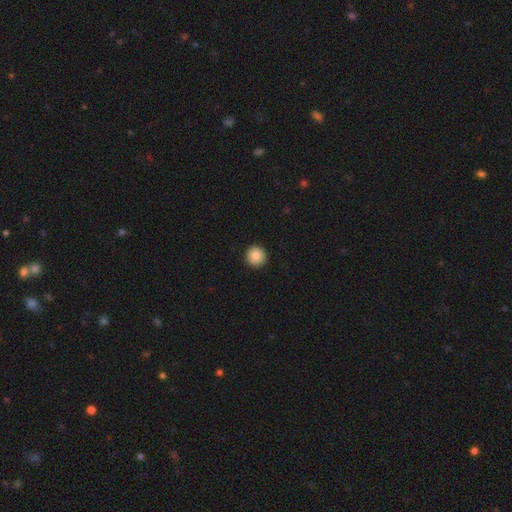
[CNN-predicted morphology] smooth 84%, star or artifact 8%, featured or disk 7%. Down the decision tree: how rounded — round (96%); merging — none (93%).